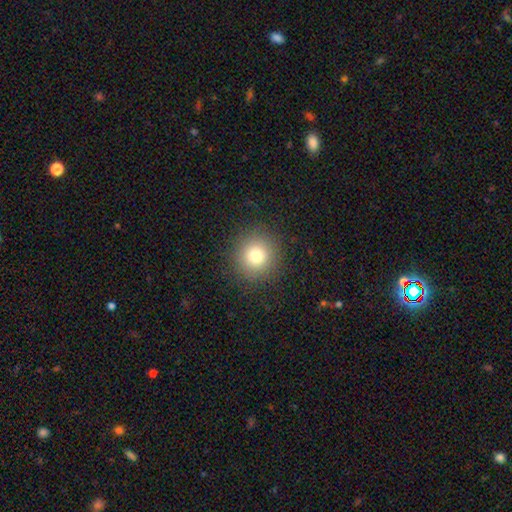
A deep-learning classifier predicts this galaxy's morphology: Q: Smooth or featured?
A: smooth (77%); runner-up: star or artifact (13%)
Q: How rounded?
A: round (94%); runner-up: in between (5%)
Q: Merging?
A: none (90%); runner-up: minor disturbance (6%)